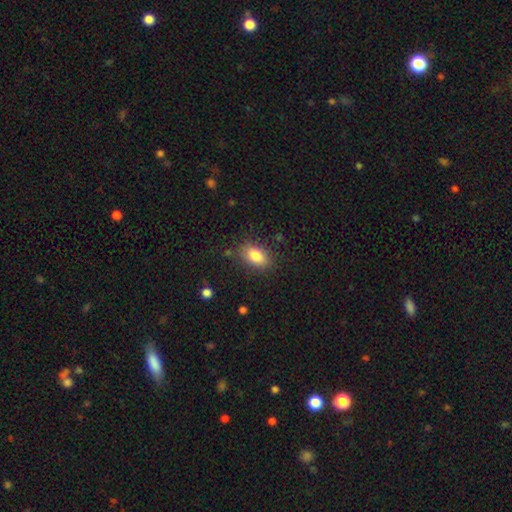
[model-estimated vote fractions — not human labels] A smooth galaxy with no disk features (83%) that is in between round and cigar-shaped (86%). Merging: none (82%).